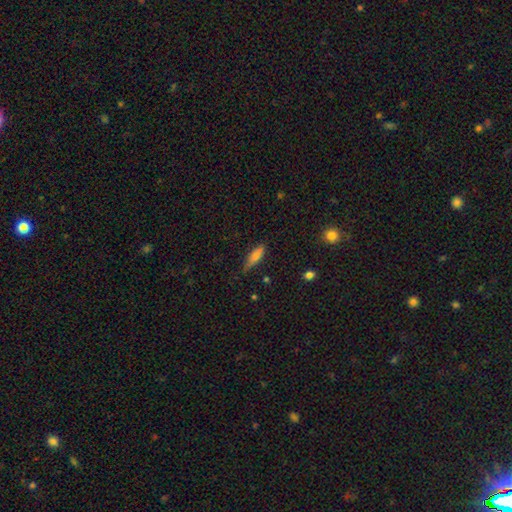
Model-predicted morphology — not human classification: Smooth or featured?
  - smooth: 64% *
  - featured or disk: 28%
  - star or artifact: 9%
How rounded?
  - cigar-shaped: 57% *
  - in between: 40%
  - round: 3%
Merging?
  - none: 72% *
  - minor disturbance: 22%
  - major disturbance: 4%
  - merger: 2%